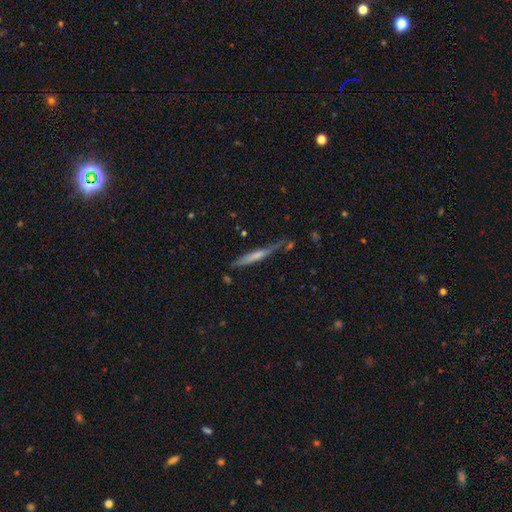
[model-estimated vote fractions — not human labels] This is possibly a featured or disk galaxy (48%). Merging: likely none (70%).